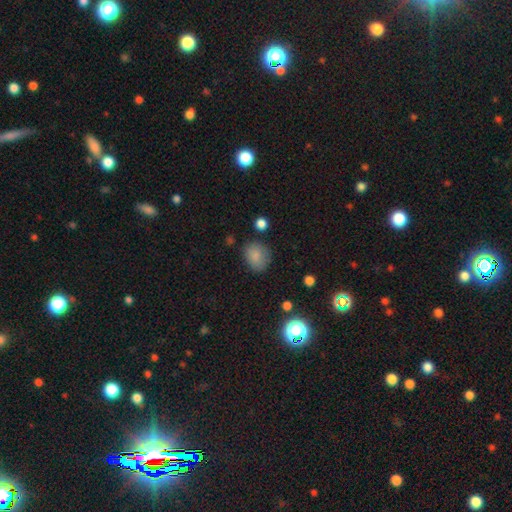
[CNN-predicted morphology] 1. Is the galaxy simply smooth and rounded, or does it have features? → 83% smooth, 10% star or artifact, 7% featured or disk.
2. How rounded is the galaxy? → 61% round, 38% in between, 1% cigar-shaped.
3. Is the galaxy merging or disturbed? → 73% none, 19% minor disturbance, 5% major disturbance, 3% merger.